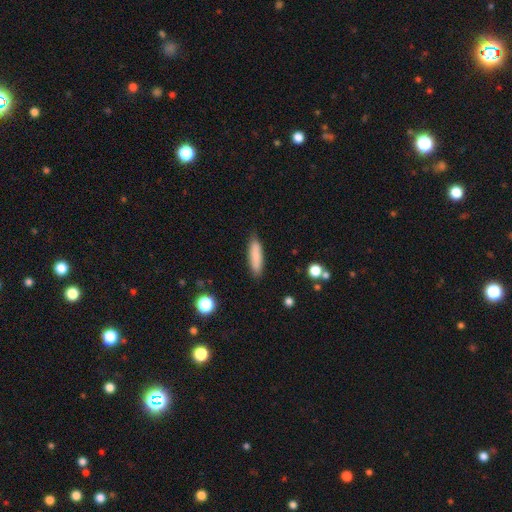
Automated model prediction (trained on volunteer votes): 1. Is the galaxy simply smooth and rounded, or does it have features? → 84% smooth, 9% featured or disk, 7% star or artifact.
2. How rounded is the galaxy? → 69% cigar-shaped, 29% in between, 2% round.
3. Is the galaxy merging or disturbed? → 86% none, 10% minor disturbance, 2% major disturbance, 1% merger.